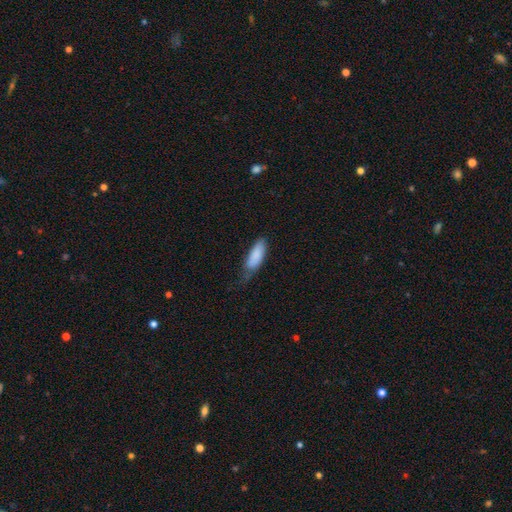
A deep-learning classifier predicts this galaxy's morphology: Smooth or featured? Predicted: smooth (p=0.86). How rounded? Predicted: in between (p=0.66). Merging? Predicted: none (p=0.41, tied with minor disturbance).